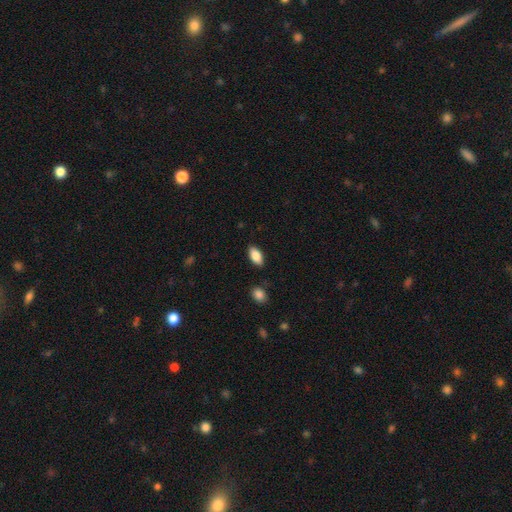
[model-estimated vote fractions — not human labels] Overall: smooth (85%). How rounded: in between (92%). Merging: none (85%).